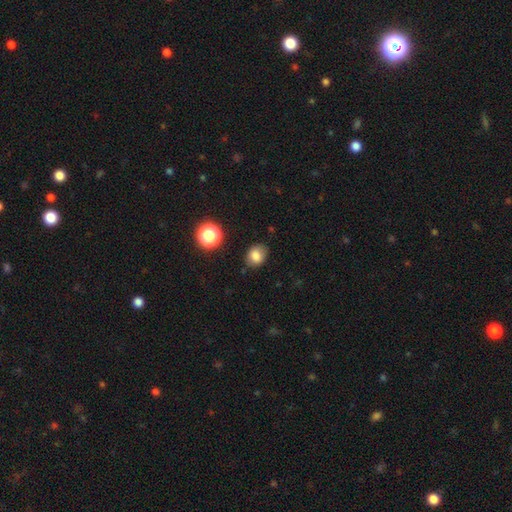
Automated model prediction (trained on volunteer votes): Smooth or featured?
  - smooth: 81% *
  - star or artifact: 11%
  - featured or disk: 8%
How rounded?
  - in between: 55% *
  - round: 44%
  - cigar-shaped: 1%
Merging?
  - none: 75% *
  - minor disturbance: 18%
  - major disturbance: 4%
  - merger: 2%